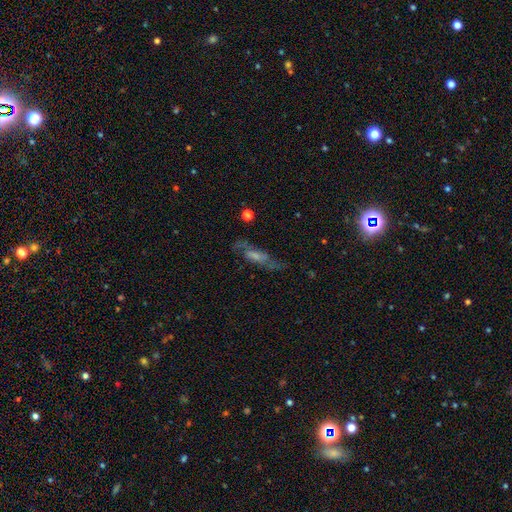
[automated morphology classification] Q: Smooth or featured?
A: featured or disk (63%); runner-up: smooth (25%)
Q: Edge-on disk?
A: no (70%); runner-up: yes (30%)
Q: Merging?
A: none (63%); runner-up: minor disturbance (20%)